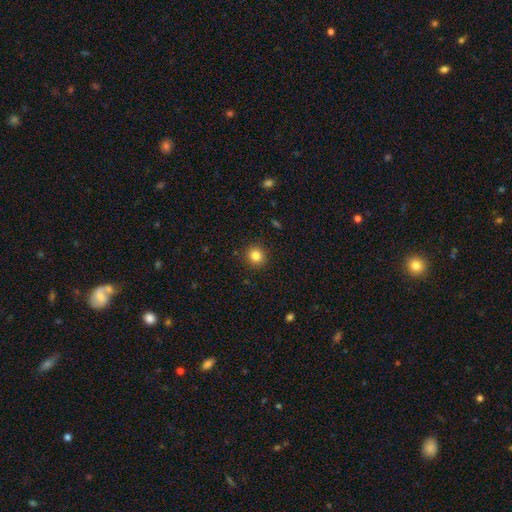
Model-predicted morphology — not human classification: Smooth or featured: smooth — 84% (star or artifact — 11%)
How rounded: round — 92% (in between — 7%)
Merging: none — 91% (minor disturbance — 6%)